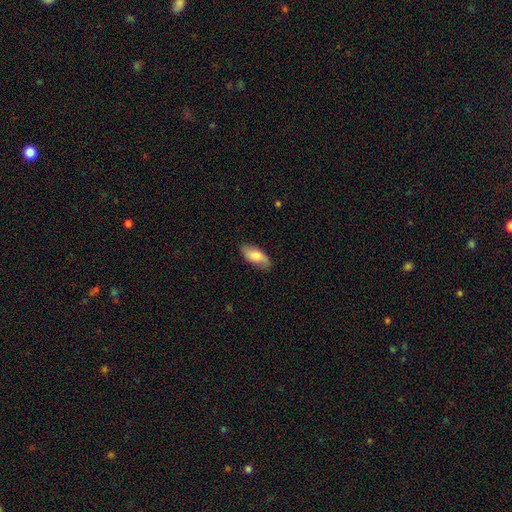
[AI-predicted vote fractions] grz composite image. It shows a smooth galaxy with no disk features (72%) that is in between round and cigar-shaped (86%). Merging: none (78%).